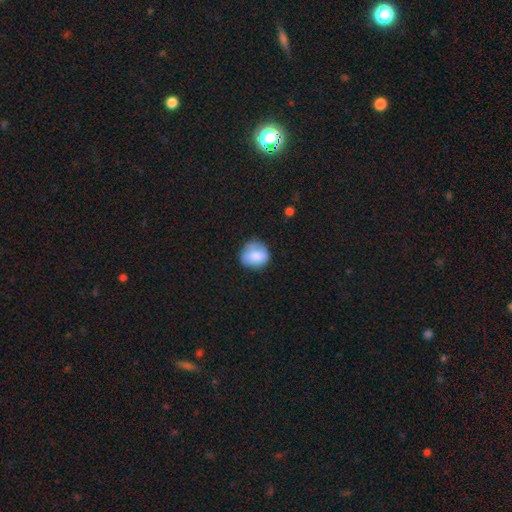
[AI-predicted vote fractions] This is likely a smooth galaxy (76%). How rounded: likely round (78%). Merging: likely none (66%).